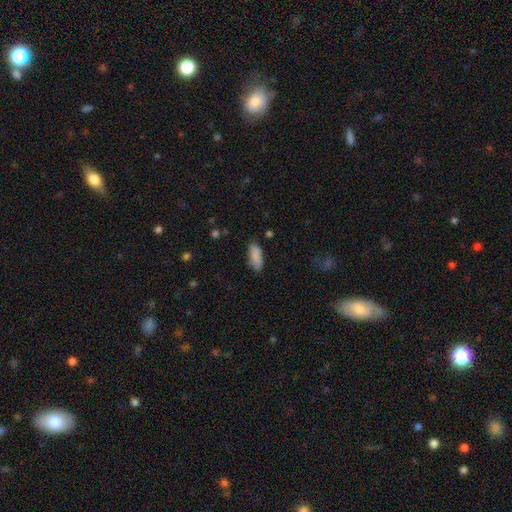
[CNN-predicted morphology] Smooth or featured? smooth (88%)
How rounded? in between (84%)
Merging? none (78%)